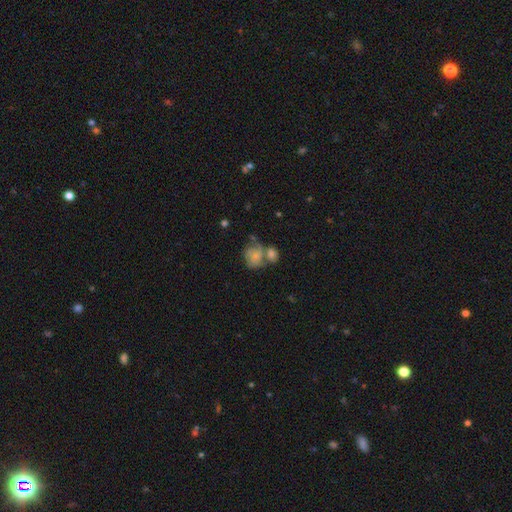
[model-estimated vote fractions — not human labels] This appears to be a smooth galaxy with no disk features (57%) that is round (51%). Merging: merger (43%).